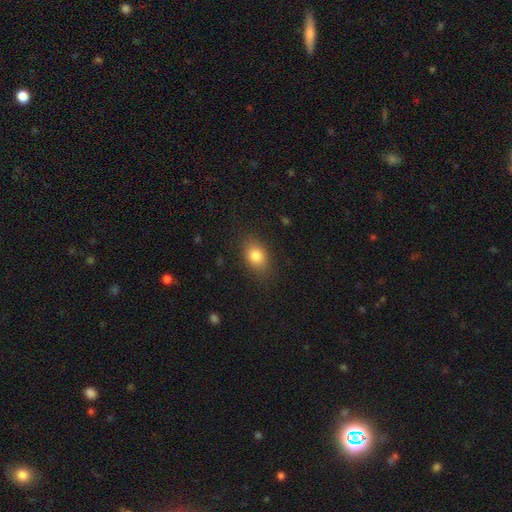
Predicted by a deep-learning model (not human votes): A smooth galaxy with no disk features (82%) that is in between round and cigar-shaped (75%).

Vote fractions:
- Smooth or featured? smooth: 82% / star or artifact: 9% / featured or disk: 9%
- How rounded? in between: 75% / round: 23% / cigar-shaped: 2%
- Merging? none: 83% / minor disturbance: 12% / major disturbance: 4% / merger: 1%